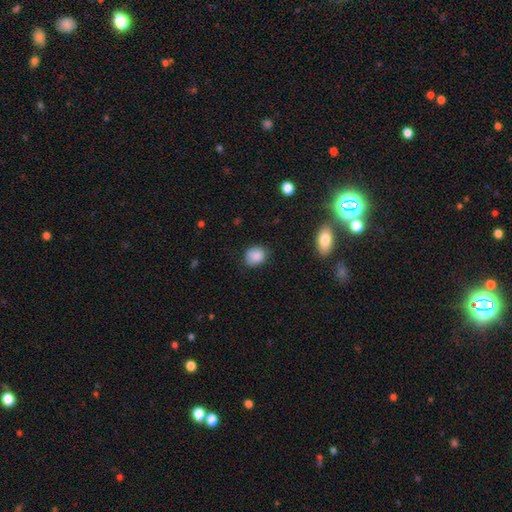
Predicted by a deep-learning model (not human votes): The model was most divided on "how rounded": round: 63%, in between: 36%, cigar-shaped: 1%. More confident: smooth or featured — smooth (87%); merging — none (71%).